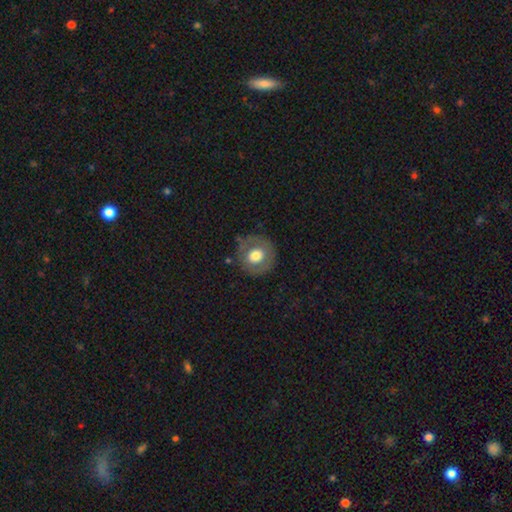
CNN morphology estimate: The model was most divided on "smooth or featured": smooth: 62%, featured or disk: 30%, star or artifact: 8%. More confident: how rounded — round (90%); merging — none (79%).